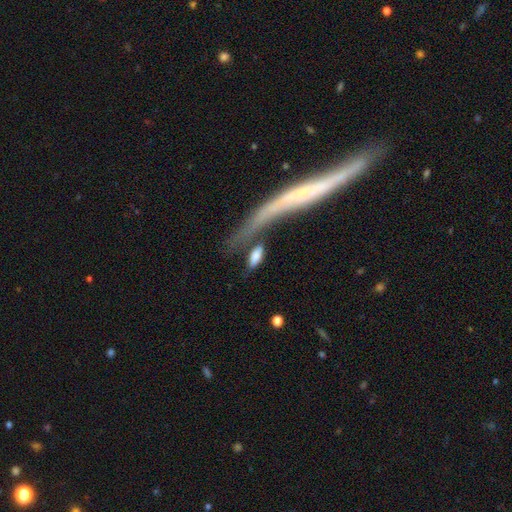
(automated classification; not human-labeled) This is likely a smooth galaxy (77%). How rounded: likely in between (68%). Merging: possibly none (51%).